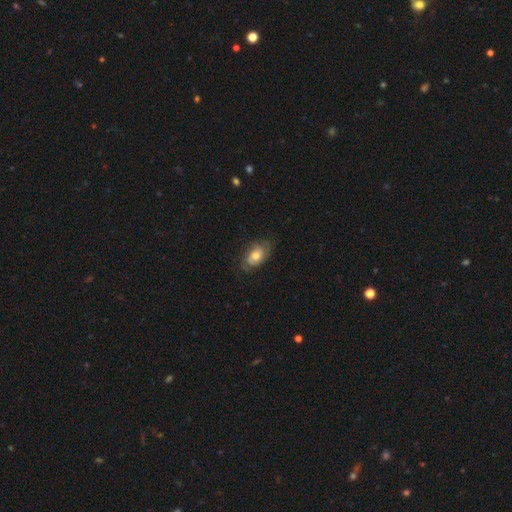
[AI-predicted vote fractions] Smooth or featured? Predicted: featured or disk (p=0.50). Edge-on disk? Predicted: no (p=0.92). Merging? Predicted: none (p=0.66).